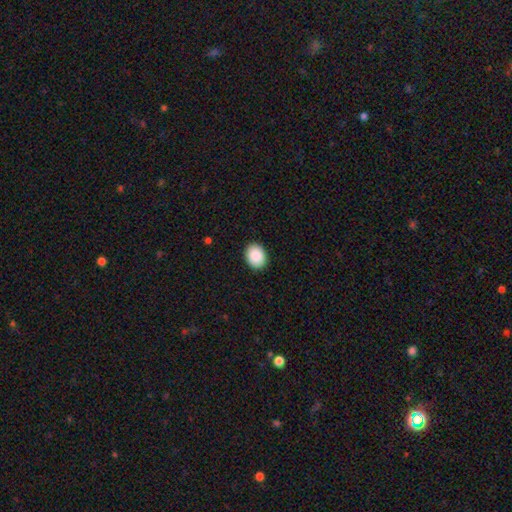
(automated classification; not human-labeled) Smooth or featured? smooth (90%)
How rounded? in between (60%)
Merging? none (91%)